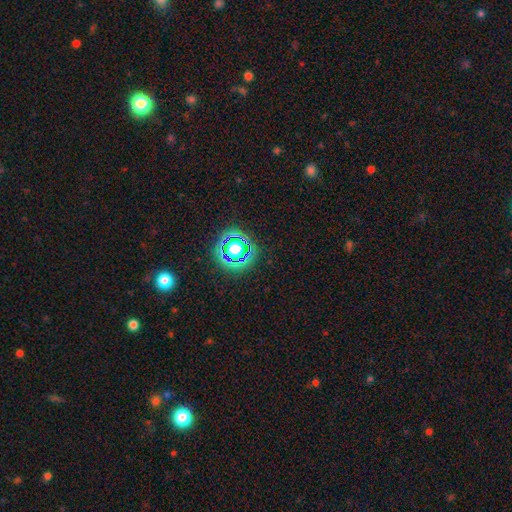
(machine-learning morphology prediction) The model was most divided on "smooth or featured": star or artifact: 76%, smooth: 16%, featured or disk: 8%.